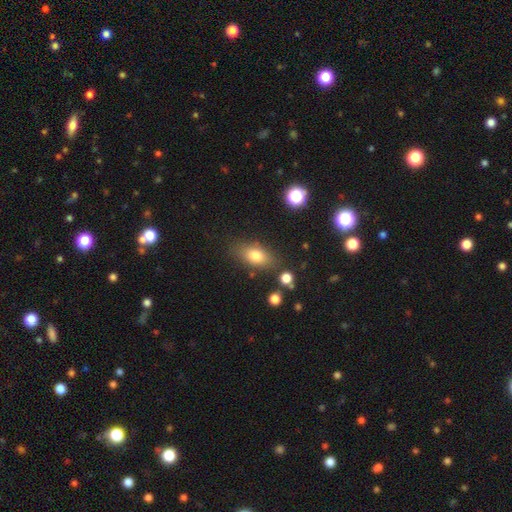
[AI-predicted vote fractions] smooth_or_featured: smooth (p=0.78) [alt: featured or disk p=0.12]
how_rounded: in between (p=0.83) [alt: round p=0.11]
merging: none (p=0.78) [alt: minor disturbance p=0.14]